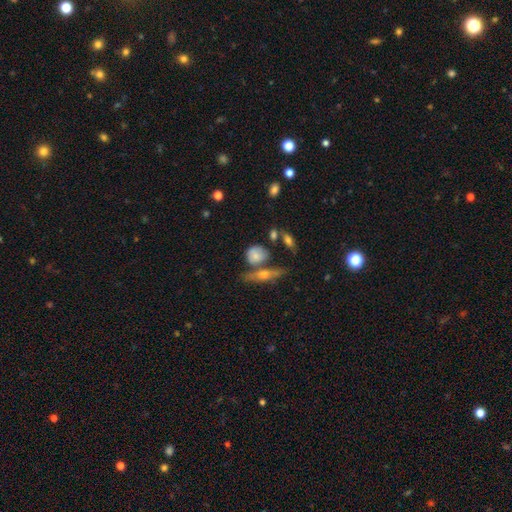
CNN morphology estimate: smooth_or_featured: smooth (p=0.69) [alt: featured or disk p=0.22]
how_rounded: round (p=0.60) [alt: in between p=0.35]
merging: none (p=0.49) [alt: merger p=0.23]